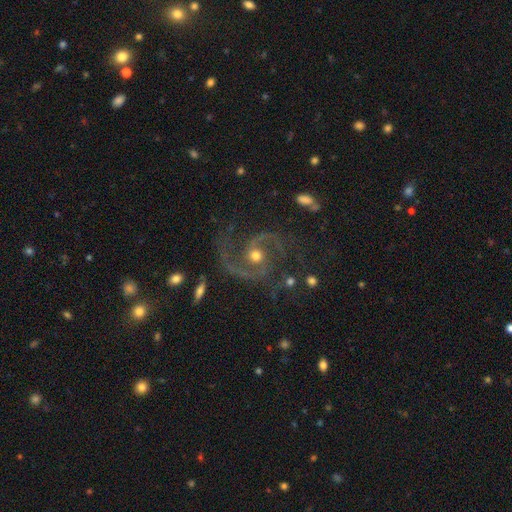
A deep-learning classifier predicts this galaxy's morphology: smooth-or-featured: featured or disk: 89% | star or artifact: 6% | smooth: 5%
  disk-edge-on: no: 98% | yes: 2%
    bar: no: 68% | weak: 25% | strong: 8%
    has-spiral-arms: yes: 97% | no: 3%
      spiral-winding: medium: 59% | loose: 25% | tight: 16%
      spiral-arm-count: 2: 88% | 1: 3% | 3: 3% | can't tell: 3% | 4: 2% | more than 4: 2%
    bulge-size: moderate: 68% | small: 23% | large: 6% | none: 1% | dominant: 1%
  merging: none: 69% | minor disturbance: 16% | major disturbance: 12% | merger: 3%